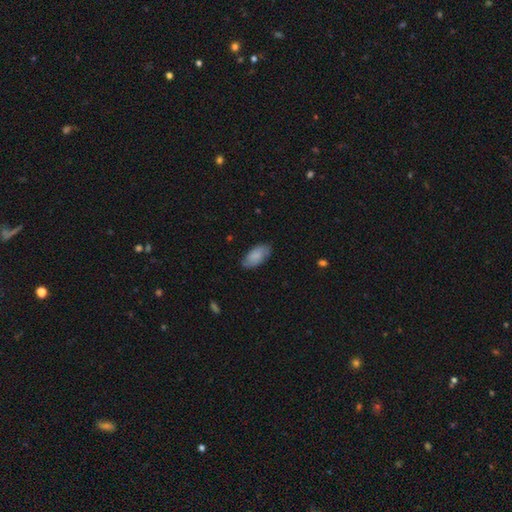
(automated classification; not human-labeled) Smooth or featured: smooth — 72% (featured or disk — 21%)
How rounded: in between — 94% (cigar-shaped — 4%)
Merging: none — 79% (minor disturbance — 17%)